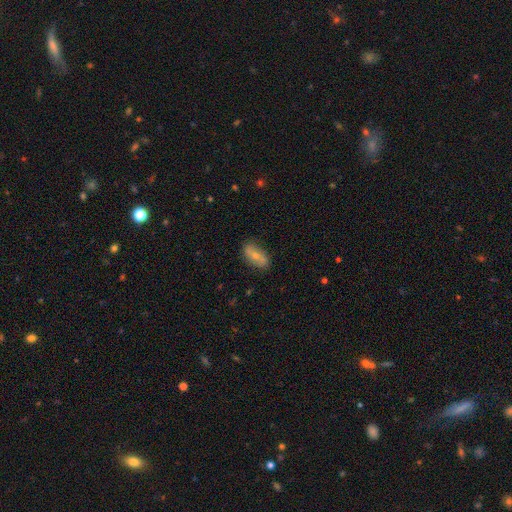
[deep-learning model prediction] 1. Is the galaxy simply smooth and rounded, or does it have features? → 51% smooth, 42% featured or disk, 7% star or artifact.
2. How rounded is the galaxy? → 85% in between, 10% cigar-shaped, 5% round.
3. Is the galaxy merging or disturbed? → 80% none, 16% minor disturbance, 3% major disturbance, 1% merger.